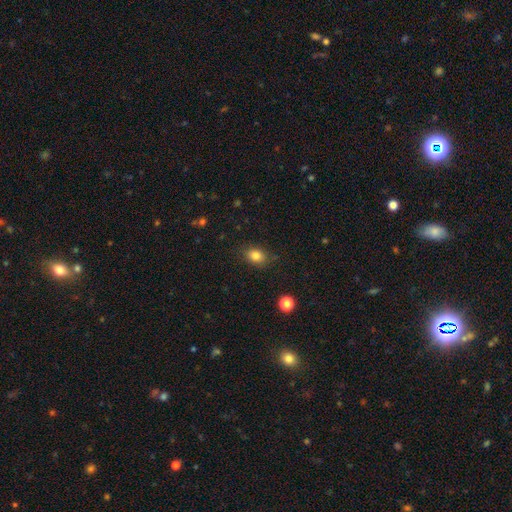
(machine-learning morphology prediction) smooth_or_featured: smooth (p=0.83) [alt: star or artifact p=0.11]
how_rounded: in between (p=0.68) [alt: round p=0.31]
merging: none (p=0.82) [alt: minor disturbance p=0.13]